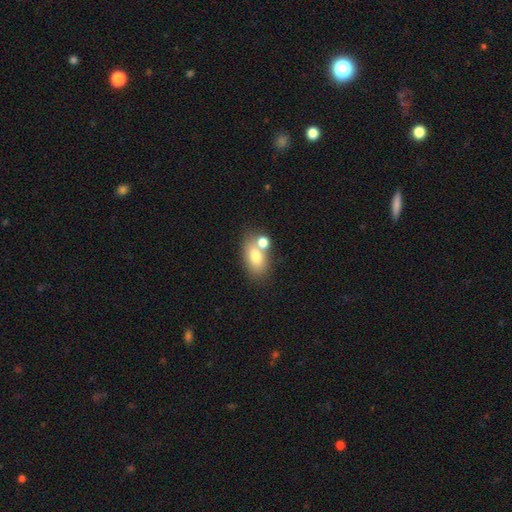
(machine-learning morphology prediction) Overall: smooth (73%). How rounded: in between (84%). Merging: none (50%; merger 33%).